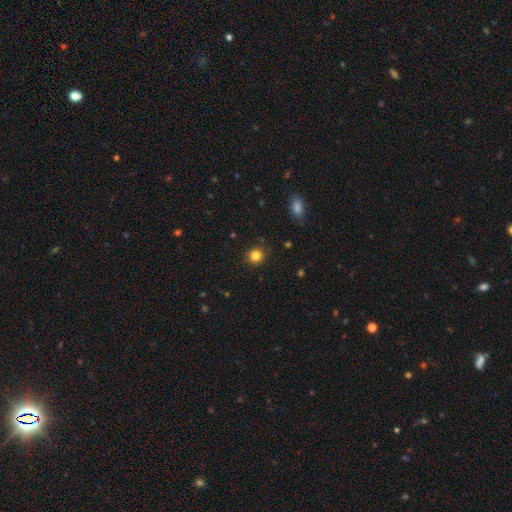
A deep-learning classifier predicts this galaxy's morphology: Overall: smooth (83%). How rounded: round (91%). Merging: none (90%).